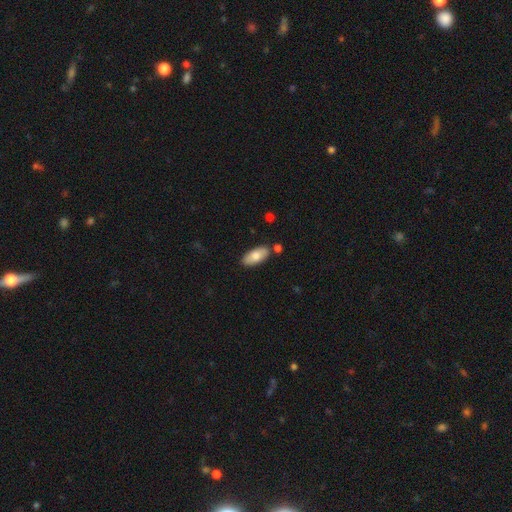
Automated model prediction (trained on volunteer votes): smooth_or_featured: smooth (p=0.77) [alt: featured or disk p=0.17]
how_rounded: in between (p=0.89) [alt: cigar-shaped p=0.08]
merging: none (p=0.82) [alt: minor disturbance p=0.11]